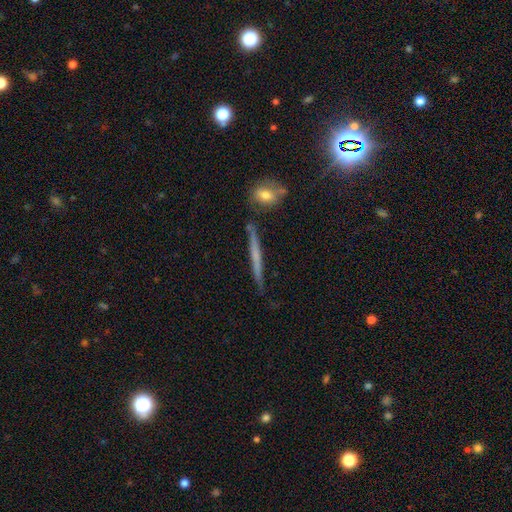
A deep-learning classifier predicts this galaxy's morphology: Overall: featured or disk (54%; smooth 37%). Edge-on disk: yes (95%). Edge-on bulge: none (76%). Merging: none (83%).